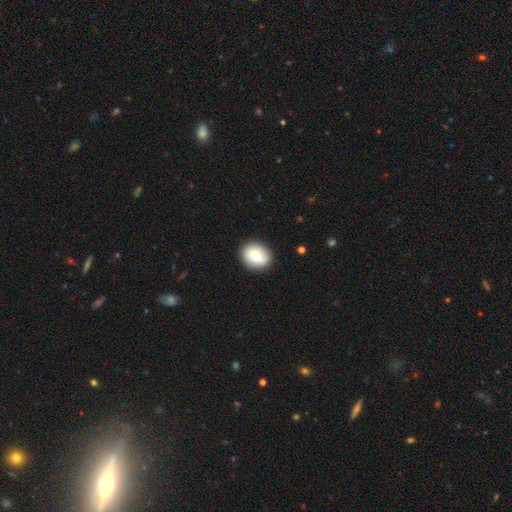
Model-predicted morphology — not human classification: A smooth galaxy with no disk features (77%) that is in between round and cigar-shaped (50%).

Vote fractions:
- Smooth or featured? smooth: 77% / featured or disk: 16% / star or artifact: 7%
- How rounded? in between: 50% / round: 49% / cigar-shaped: 1%
- Merging? none: 87% / minor disturbance: 10% / major disturbance: 2% / merger: 1%